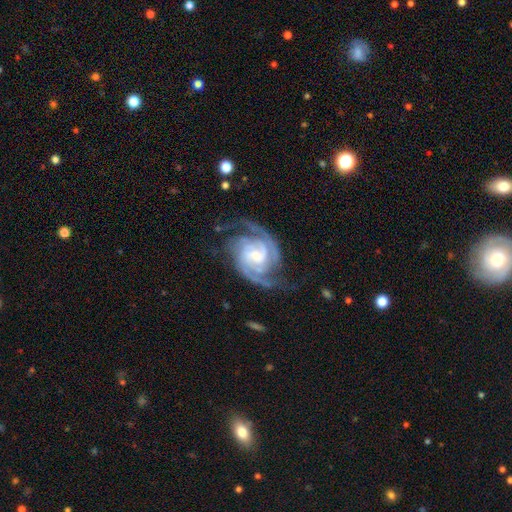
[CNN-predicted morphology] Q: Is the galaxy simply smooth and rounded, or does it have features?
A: featured or disk — 93%.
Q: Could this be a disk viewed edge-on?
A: no — 98%.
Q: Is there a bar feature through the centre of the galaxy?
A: weak — 45%.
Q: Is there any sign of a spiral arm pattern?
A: yes — 98%.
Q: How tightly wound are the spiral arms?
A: medium — 47%.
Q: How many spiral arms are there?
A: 2 — 70%.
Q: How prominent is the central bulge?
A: moderate — 42%.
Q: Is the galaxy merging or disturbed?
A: none — 70%.